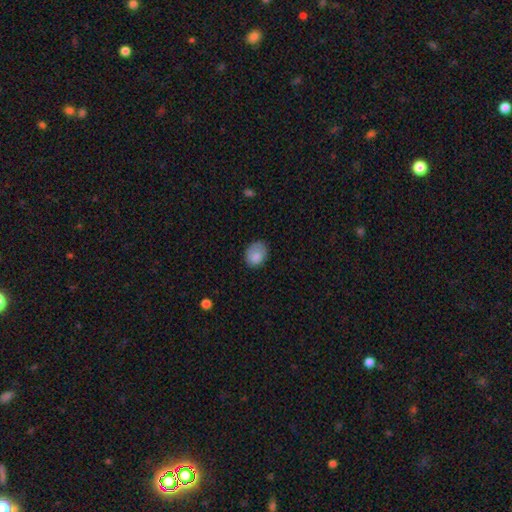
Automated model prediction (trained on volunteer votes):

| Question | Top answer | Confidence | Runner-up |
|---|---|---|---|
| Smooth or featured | smooth | 83% | featured or disk (9%) |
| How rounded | in between | 62% | round (37%) |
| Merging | none | 64% | minor disturbance (26%) |